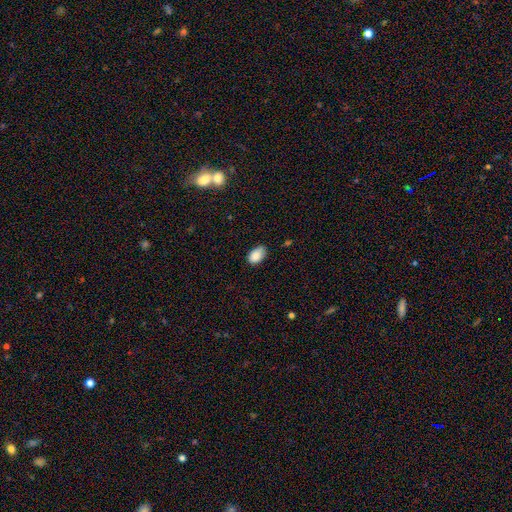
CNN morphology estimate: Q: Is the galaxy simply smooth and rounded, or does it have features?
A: smooth — 86%.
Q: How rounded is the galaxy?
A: in between — 88%.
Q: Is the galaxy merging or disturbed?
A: none — 63%.